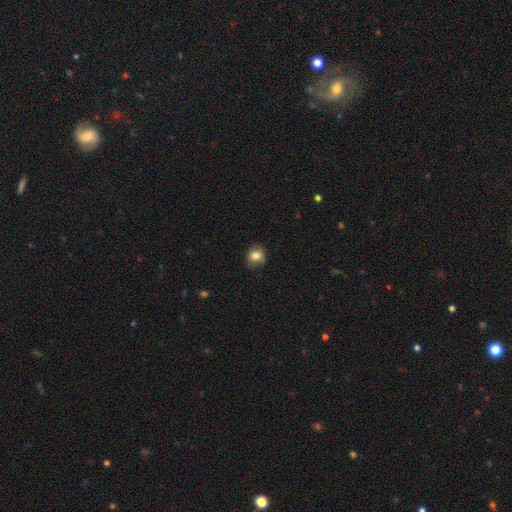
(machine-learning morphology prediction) smooth 81%, star or artifact 10%, featured or disk 9%. Down the decision tree: how rounded — round (68%); merging — none (72%).